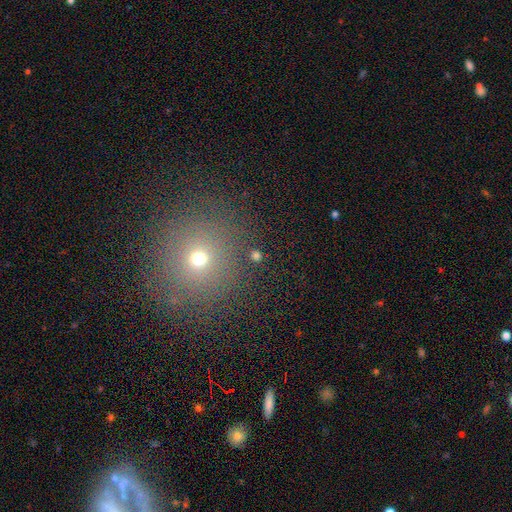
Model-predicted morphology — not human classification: Overall: smooth (58%; star or artifact 33%). How rounded: round (86%). Merging: none (85%).